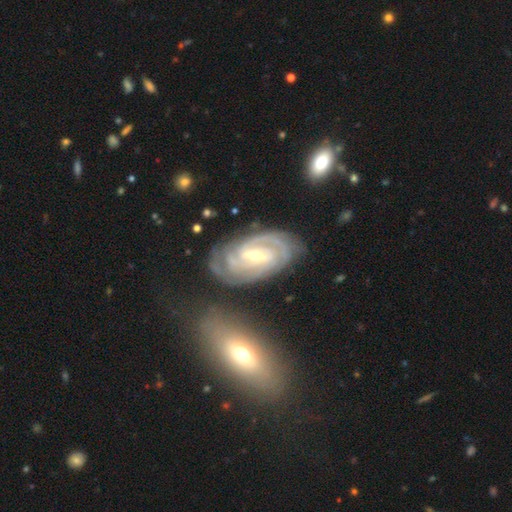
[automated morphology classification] smooth-or-featured: featured or disk: 89% | smooth: 6% | star or artifact: 5%
  disk-edge-on: no: 96% | yes: 4%
    bar: strong: 44% | weak: 40% | no: 16%
    has-spiral-arms: yes: 97% | no: 3%
      spiral-winding: tight: 72% | medium: 24% | loose: 4%
      spiral-arm-count: 2: 35% | 3: 23% | can't tell: 21% | 4: 11% | more than 4: 5% | 1: 5%
    bulge-size: small: 57% | moderate: 39% | large: 2% | none: 1% | dominant: 1%
  merging: none: 75% | minor disturbance: 16% | major disturbance: 5% | merger: 4%